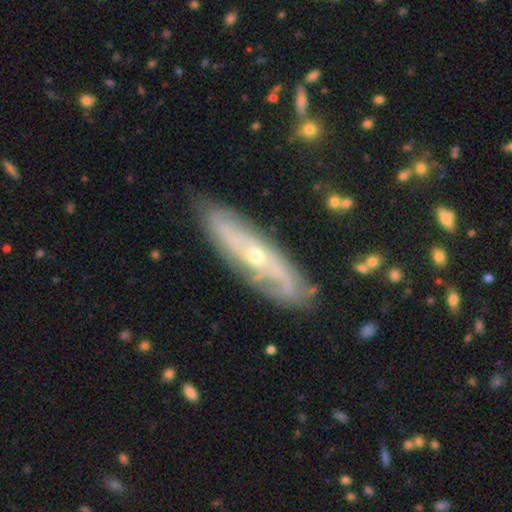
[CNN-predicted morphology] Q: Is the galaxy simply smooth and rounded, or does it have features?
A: featured or disk — 77%.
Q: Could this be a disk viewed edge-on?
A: no — 73%.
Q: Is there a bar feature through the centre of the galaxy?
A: no — 73%.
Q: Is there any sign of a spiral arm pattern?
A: yes — 87%.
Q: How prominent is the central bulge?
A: small — 59%.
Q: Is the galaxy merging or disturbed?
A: none — 79%.